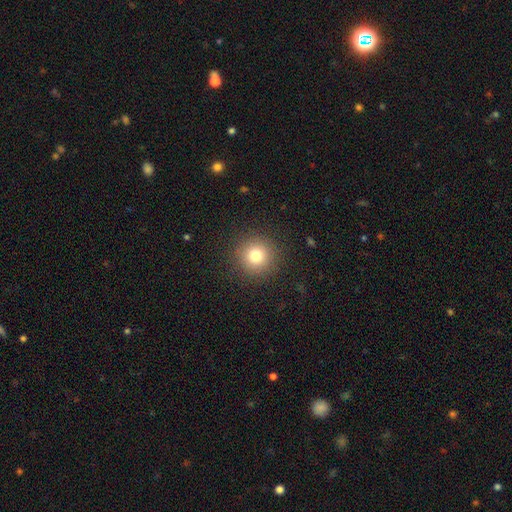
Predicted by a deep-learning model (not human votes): The model was most divided on "smooth or featured": smooth: 78%, star or artifact: 13%, featured or disk: 9%. More confident: how rounded — round (95%); merging — none (90%).